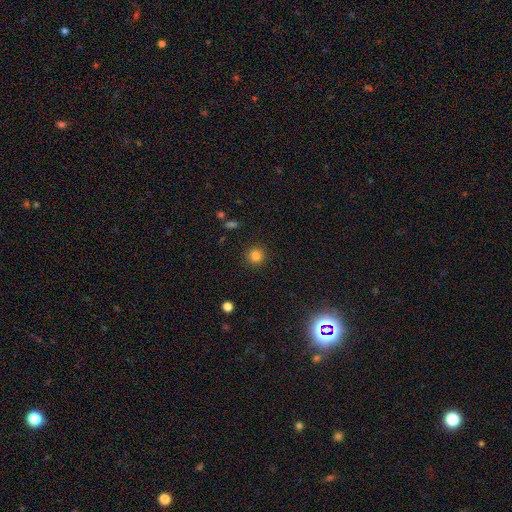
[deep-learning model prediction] The model was most divided on "smooth or featured": smooth: 83%, star or artifact: 13%, featured or disk: 4%. More confident: how rounded — round (91%); merging — none (90%).